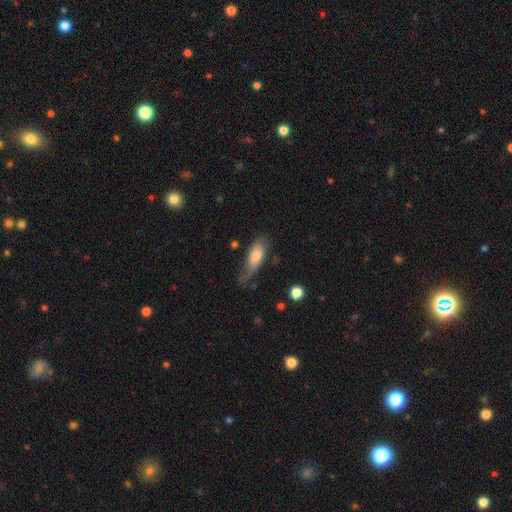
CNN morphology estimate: type=smooth (73%); roundness=in between (65%); merging=none (43%).